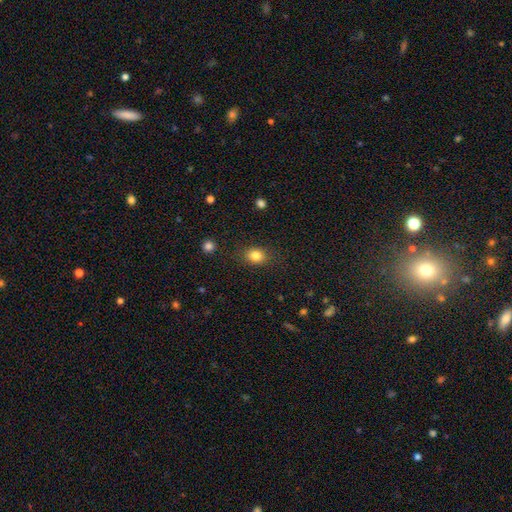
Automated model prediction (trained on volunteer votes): A smooth galaxy with no disk features (83%) that is round (51%).

Vote fractions:
- Smooth or featured? smooth: 83% / star or artifact: 11% / featured or disk: 6%
- How rounded? round: 51% / in between: 48% / cigar-shaped: 1%
- Merging? none: 84% / minor disturbance: 11% / major disturbance: 4% / merger: 1%